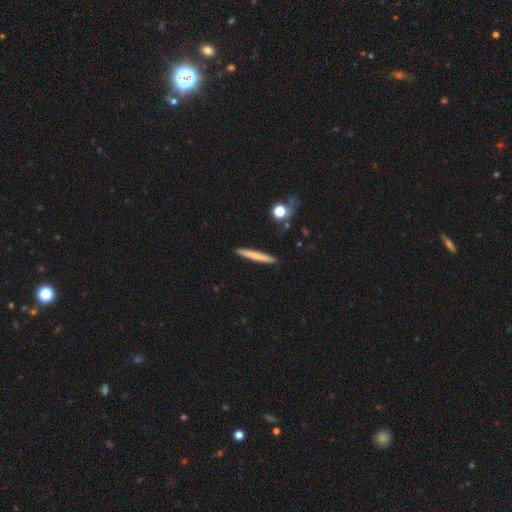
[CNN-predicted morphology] Smooth or featured? smooth (70%)
How rounded? cigar-shaped (96%)
Merging? none (90%)